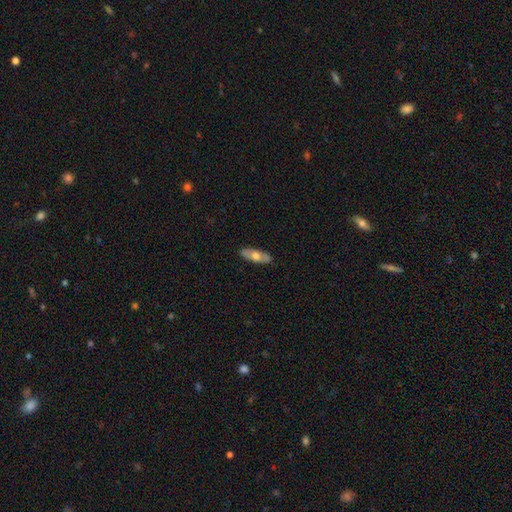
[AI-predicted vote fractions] Q: Smooth or featured?
A: smooth (54%); runner-up: featured or disk (40%)
Q: How rounded?
A: in between (68%); runner-up: cigar-shaped (29%)
Q: Merging?
A: none (86%); runner-up: minor disturbance (11%)